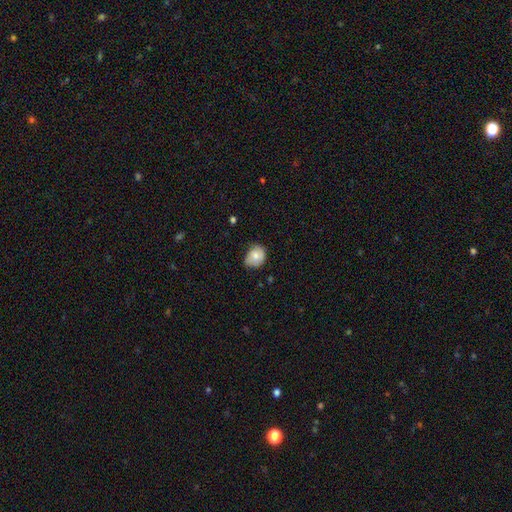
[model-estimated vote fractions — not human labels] Morphology: type=smooth (72%); roundness=round (54%); merging=none (54%).